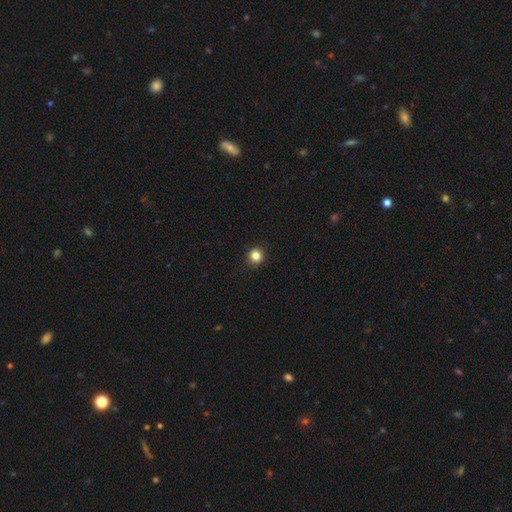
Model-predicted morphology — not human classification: This is clearly a smooth galaxy (84%). How rounded: clearly round (93%). Merging: clearly none (92%).